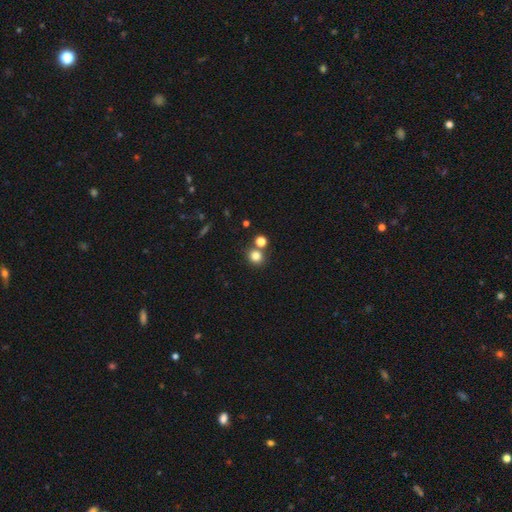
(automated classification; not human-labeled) smooth_or_featured: smooth (p=0.80) [alt: star or artifact p=0.14]
how_rounded: round (p=0.85) [alt: in between p=0.14]
merging: none (p=0.69) [alt: merger p=0.20]